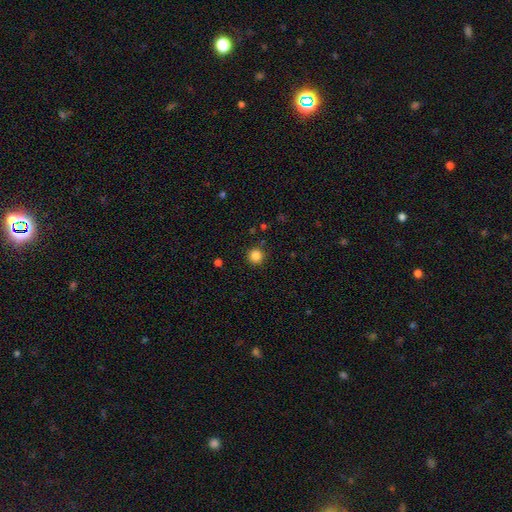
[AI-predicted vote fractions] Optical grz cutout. It shows a smooth galaxy with no disk features (85%) that is round (95%). Merging: none (90%).